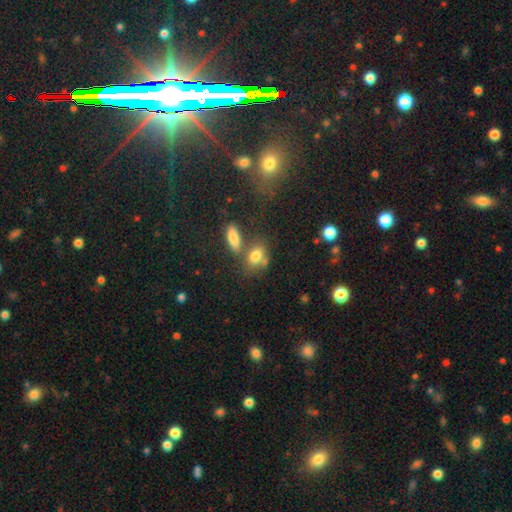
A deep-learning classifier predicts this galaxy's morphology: smooth 76%, featured or disk 13%, star or artifact 12%. Down the decision tree: how rounded — in between (77%); merging — none (49%).